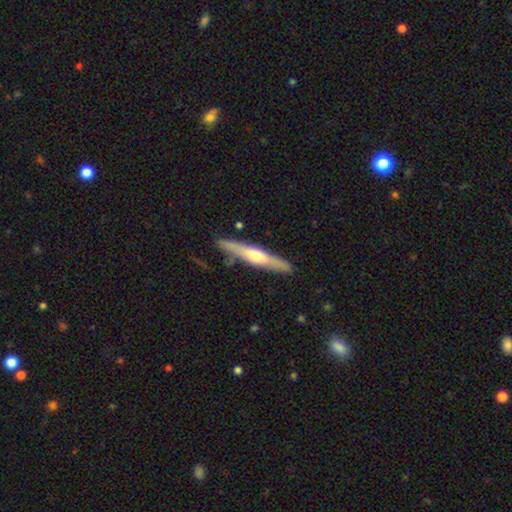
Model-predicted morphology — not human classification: A featured or disk galaxy (59%) viewed edge-on (94%) with a rounded central bulge (87%). Merging: none (85%).